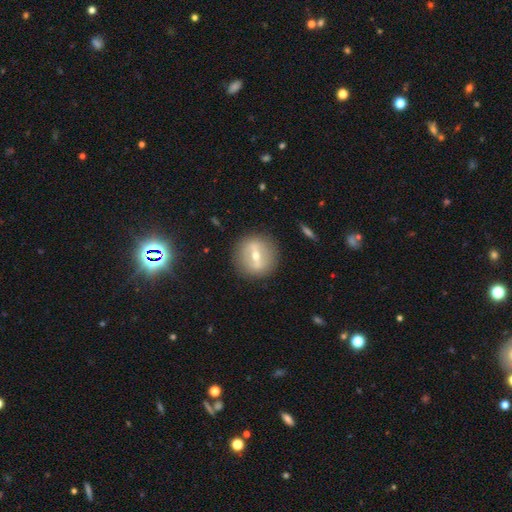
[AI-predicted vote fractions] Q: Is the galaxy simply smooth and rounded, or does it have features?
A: featured or disk — 65%.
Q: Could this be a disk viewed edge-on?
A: no — 77%.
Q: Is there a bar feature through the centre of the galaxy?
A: strong — 64%.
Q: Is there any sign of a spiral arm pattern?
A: no — 84%.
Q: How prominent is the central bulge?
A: moderate — 65%.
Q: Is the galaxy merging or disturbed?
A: none — 86%.